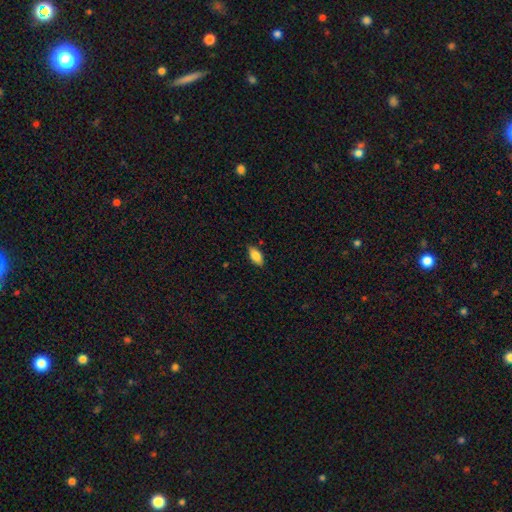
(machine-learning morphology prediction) smooth_or_featured: smooth (p=0.80) [alt: featured or disk p=0.13]
how_rounded: in between (p=0.88) [alt: cigar-shaped p=0.09]
merging: none (p=0.84) [alt: minor disturbance p=0.13]